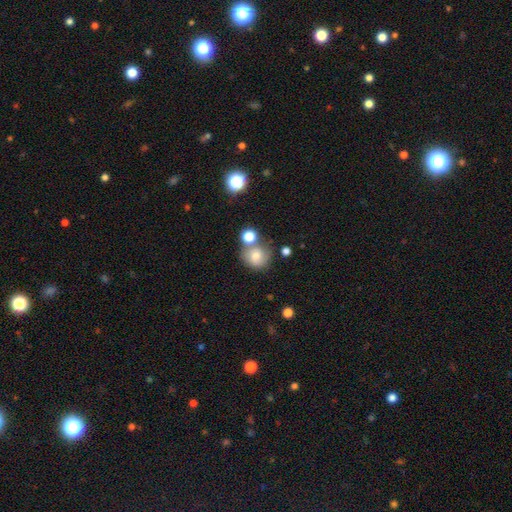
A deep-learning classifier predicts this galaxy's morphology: Smooth or featured? smooth (73%)
How rounded? round (86%)
Merging? none (56%)